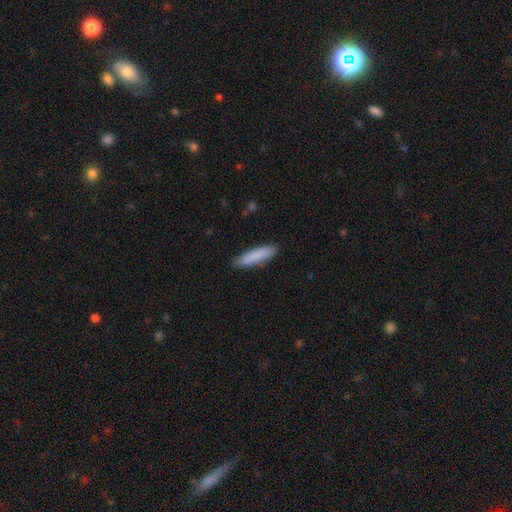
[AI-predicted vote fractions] Smooth or featured?
  - smooth: 86% *
  - featured or disk: 8%
  - star or artifact: 6%
How rounded?
  - cigar-shaped: 77% *
  - in between: 22%
  - round: 1%
Merging?
  - none: 85% *
  - minor disturbance: 12%
  - major disturbance: 2%
  - merger: 1%